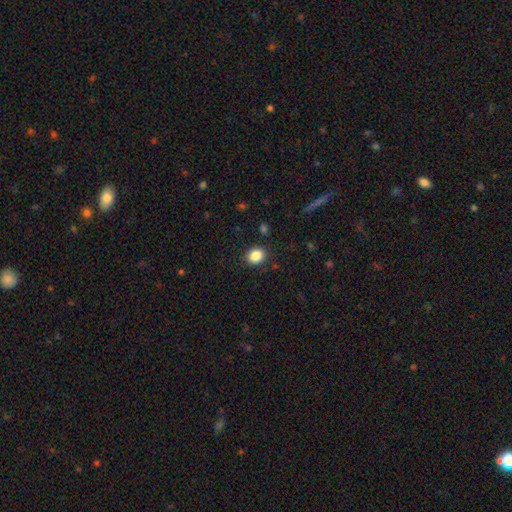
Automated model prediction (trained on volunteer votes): This appears to be a smooth galaxy with no disk features (87%) that is in between round and cigar-shaped (51%). Merging: none (88%).